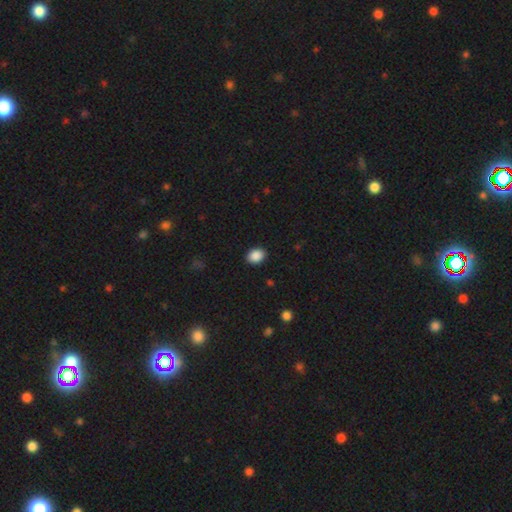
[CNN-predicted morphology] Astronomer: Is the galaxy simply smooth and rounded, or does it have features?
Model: smooth — 89%.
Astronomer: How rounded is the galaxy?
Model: in between — 63%.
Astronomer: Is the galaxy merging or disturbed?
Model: none — 90%.